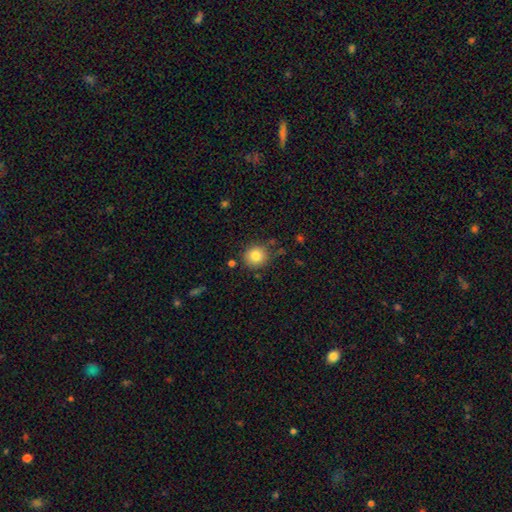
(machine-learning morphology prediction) A smooth galaxy with no disk features (82%) that is round (91%).

Vote fractions:
- Smooth or featured? smooth: 82% / star or artifact: 10% / featured or disk: 8%
- How rounded? round: 91% / in between: 8% / cigar-shaped: 1%
- Merging? none: 83% / minor disturbance: 11% / merger: 4% / major disturbance: 3%